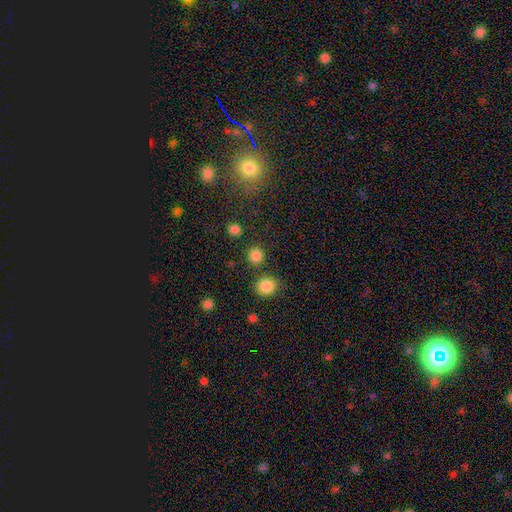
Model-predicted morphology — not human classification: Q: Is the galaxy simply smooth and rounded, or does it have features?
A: smooth — 83%.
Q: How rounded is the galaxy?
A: round — 91%.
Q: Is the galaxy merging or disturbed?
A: none — 84%.